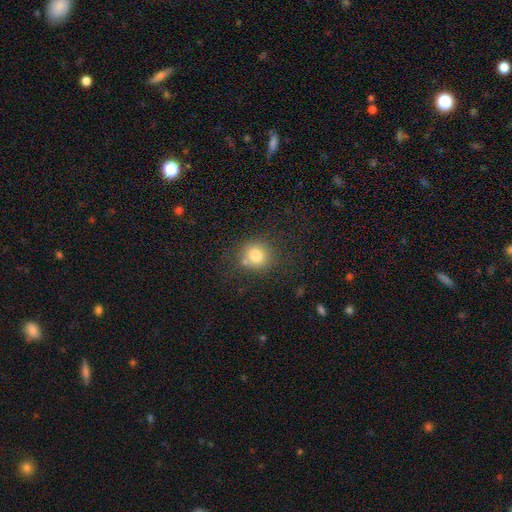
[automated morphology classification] Q: Smooth or featured?
A: smooth (77%); runner-up: star or artifact (13%)
Q: How rounded?
A: round (87%); runner-up: in between (12%)
Q: Merging?
A: none (71%); runner-up: merger (12%)